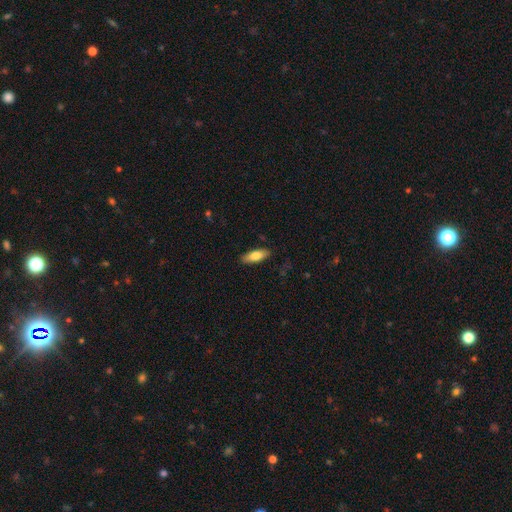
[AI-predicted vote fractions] Smooth or featured?
  - smooth: 78% *
  - featured or disk: 16%
  - star or artifact: 6%
How rounded?
  - in between: 69% *
  - cigar-shaped: 29%
  - round: 2%
Merging?
  - none: 86% *
  - minor disturbance: 10%
  - major disturbance: 2%
  - merger: 1%